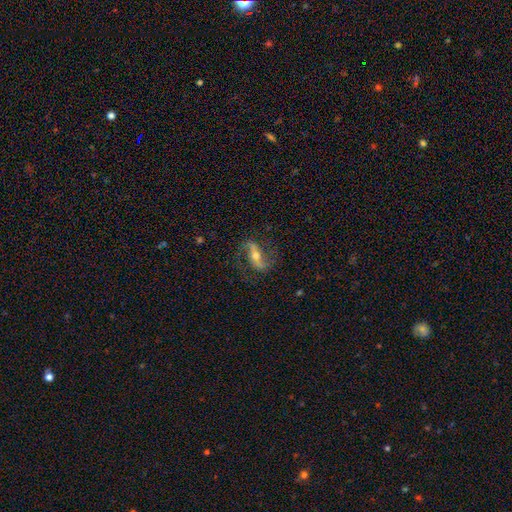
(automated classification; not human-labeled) Smooth or featured? featured or disk (84%)
Edge-on disk? no (92%)
Bar? strong (50%)
Spiral arms? yes (95%)
Spiral winding? loose (56%)
Spiral arm count? 2 (92%)
Bulge size? moderate (60%)
Merging? none (77%)